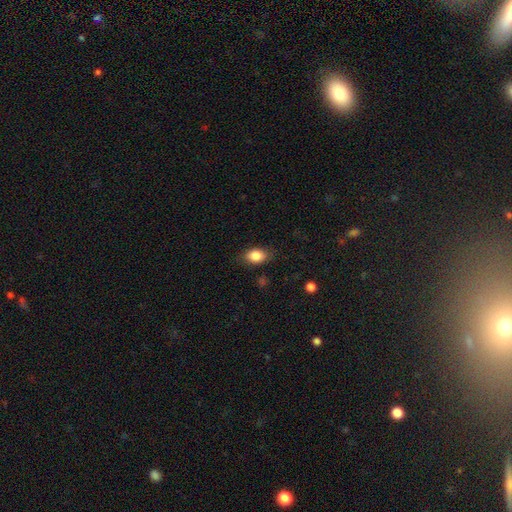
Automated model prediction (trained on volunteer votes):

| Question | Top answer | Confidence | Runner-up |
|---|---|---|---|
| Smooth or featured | smooth | 84% | star or artifact (8%) |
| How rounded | in between | 83% | round (15%) |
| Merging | none | 81% | minor disturbance (15%) |